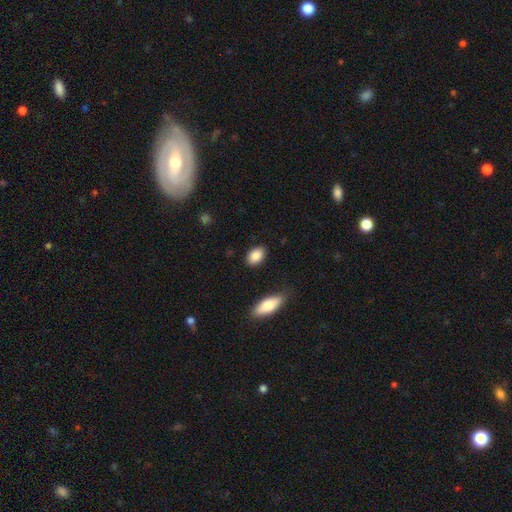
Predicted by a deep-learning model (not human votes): Q: Smooth or featured?
A: smooth (88%); runner-up: star or artifact (7%)
Q: How rounded?
A: in between (87%); runner-up: round (11%)
Q: Merging?
A: none (85%); runner-up: minor disturbance (10%)